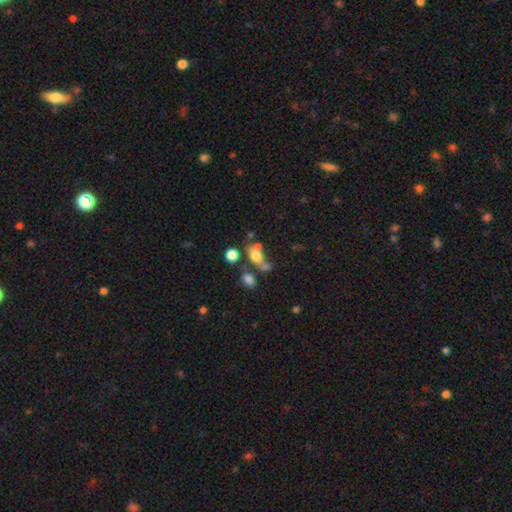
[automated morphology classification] Smooth or featured? smooth (67%)
How rounded? in between (68%)
Merging? none (41%)